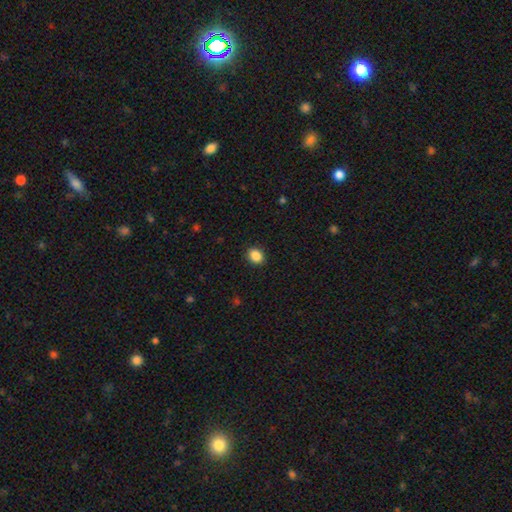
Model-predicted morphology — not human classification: Smooth or featured? smooth (88%)
How rounded? round (57%)
Merging? none (90%)